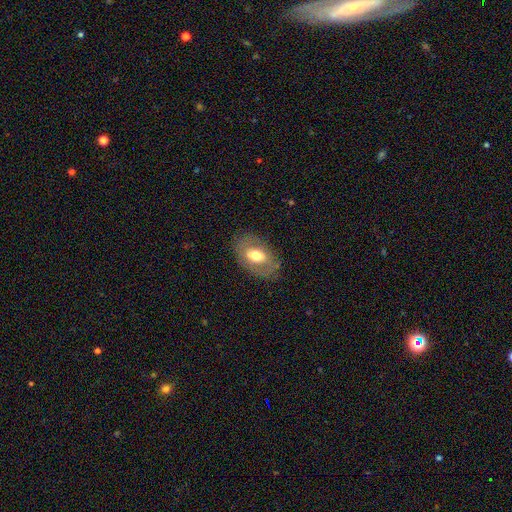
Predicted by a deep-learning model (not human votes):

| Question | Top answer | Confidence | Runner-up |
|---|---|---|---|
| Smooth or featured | smooth | 56% | featured or disk (36%) |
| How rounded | in between | 85% | round (14%) |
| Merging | none | 76% | minor disturbance (16%) |